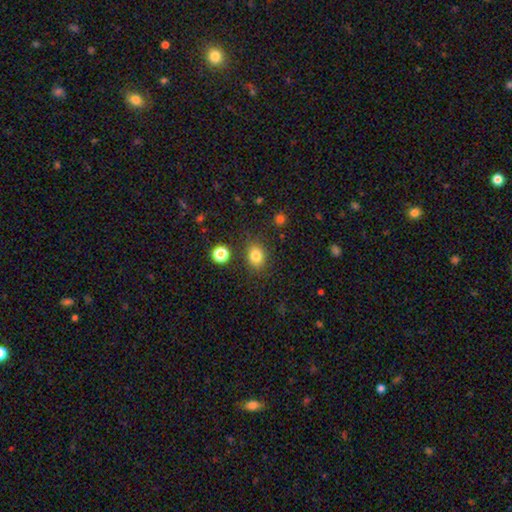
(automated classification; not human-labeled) smooth_or_featured: smooth (p=0.81) [alt: star or artifact p=0.12]
how_rounded: in between (p=0.54) [alt: round p=0.45]
merging: none (p=0.81) [alt: minor disturbance p=0.12]